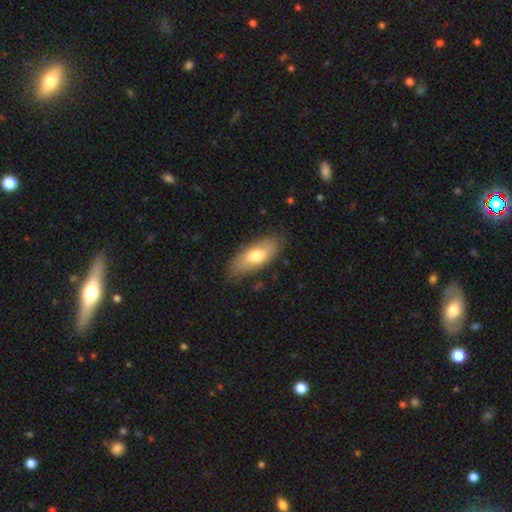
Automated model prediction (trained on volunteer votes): The model was most divided on "smooth or featured": smooth: 69%, featured or disk: 25%, star or artifact: 6%. More confident: how rounded — in between (82%); merging — none (79%).